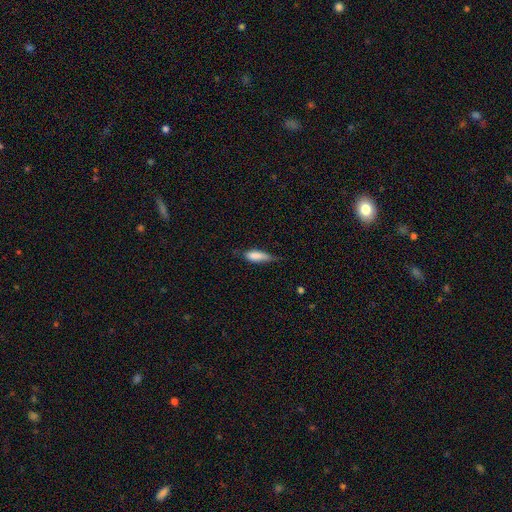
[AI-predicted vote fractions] Overall: smooth (81%). How rounded: in between (61%; cigar-shaped 37%). Merging: minor disturbance (44%; none 40%).